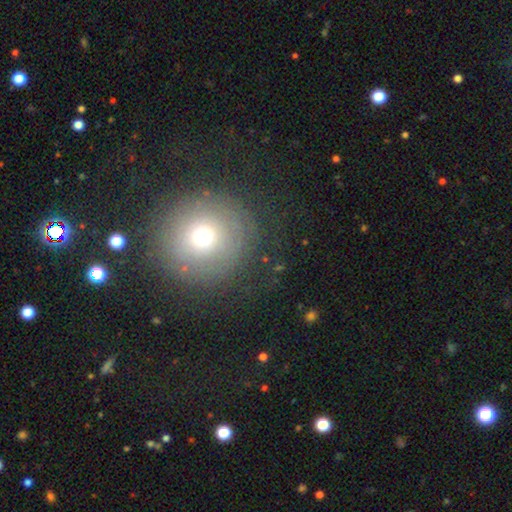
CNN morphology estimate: Smooth or featured: smooth — 62% (star or artifact — 23%)
How rounded: round — 94% (in between — 4%)
Merging: none — 84% (minor disturbance — 8%)